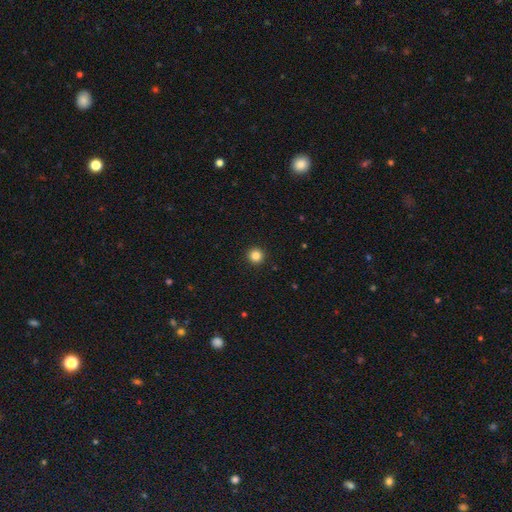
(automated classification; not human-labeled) Q: Smooth or featured?
A: smooth (85%); runner-up: star or artifact (11%)
Q: How rounded?
A: round (96%); runner-up: in between (3%)
Q: Merging?
A: none (94%); runner-up: minor disturbance (4%)